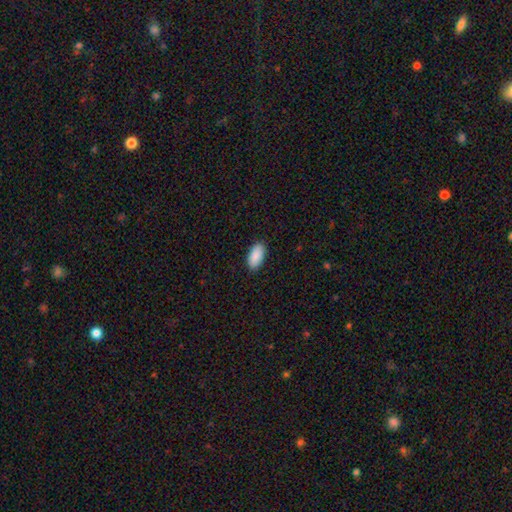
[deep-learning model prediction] Q: Smooth or featured?
A: smooth (90%); runner-up: star or artifact (6%)
Q: How rounded?
A: in between (95%); runner-up: cigar-shaped (3%)
Q: Merging?
A: none (89%); runner-up: minor disturbance (9%)